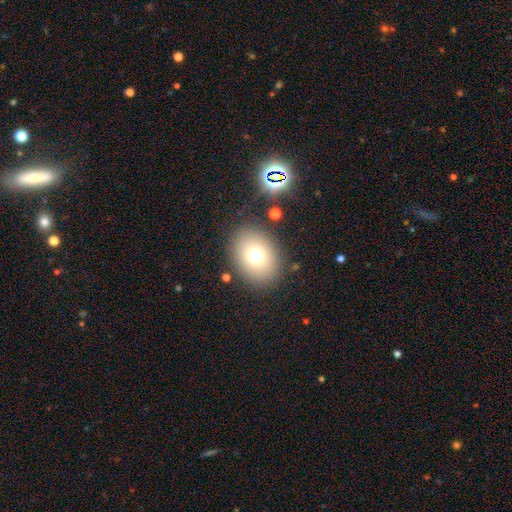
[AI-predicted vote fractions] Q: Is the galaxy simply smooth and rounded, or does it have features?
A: smooth — 72%.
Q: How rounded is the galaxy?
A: in between — 58%.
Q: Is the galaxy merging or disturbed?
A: none — 84%.